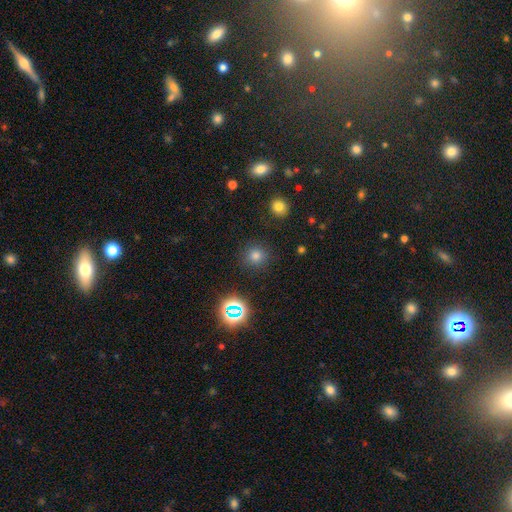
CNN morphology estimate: Smooth or featured? Predicted: smooth (p=0.73). How rounded? Predicted: round (p=0.91). Merging? Predicted: none (p=0.88).